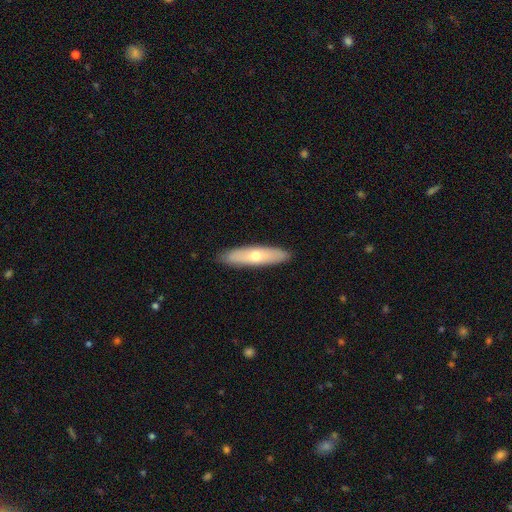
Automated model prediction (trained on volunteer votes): smooth-or-featured: smooth: 54% | featured or disk: 41% | star or artifact: 5%
  how-rounded: cigar-shaped: 70% | in between: 28% | round: 2%
  merging: none: 90% | minor disturbance: 7% | major disturbance: 2% | merger: 1%